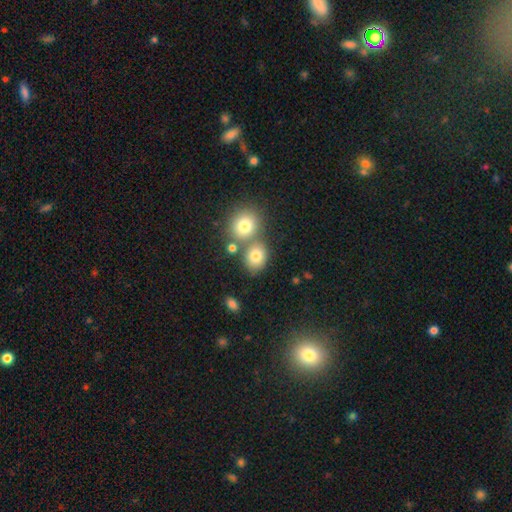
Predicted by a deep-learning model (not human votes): This appears to be a smooth galaxy with no disk features (77%) that is round (62%). Merging: none (55%).